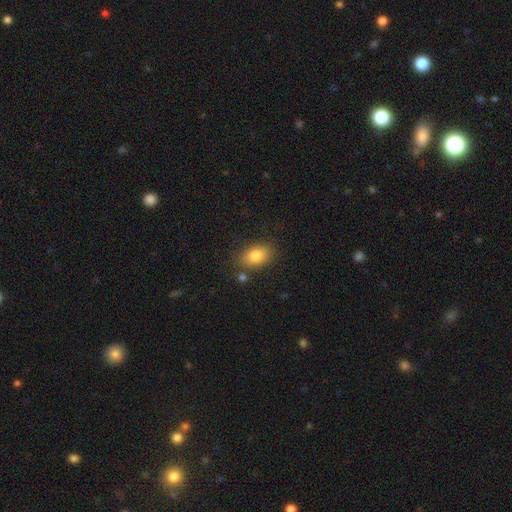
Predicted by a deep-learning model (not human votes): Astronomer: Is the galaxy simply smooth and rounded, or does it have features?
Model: smooth — 83%.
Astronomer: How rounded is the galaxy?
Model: in between — 85%.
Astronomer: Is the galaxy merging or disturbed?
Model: none — 79%.